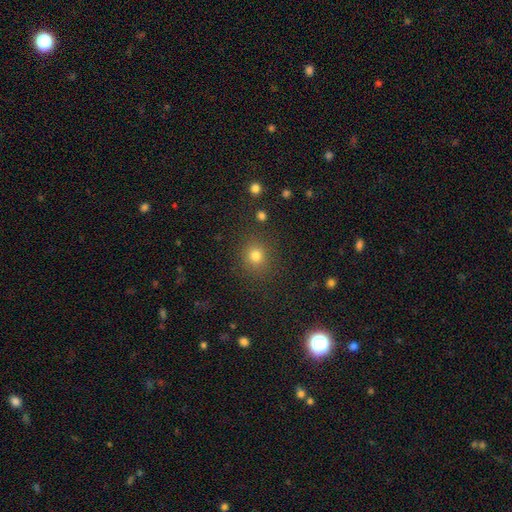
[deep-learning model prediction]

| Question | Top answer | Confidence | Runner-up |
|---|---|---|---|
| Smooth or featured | smooth | 79% | star or artifact (15%) |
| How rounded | round | 87% | in between (12%) |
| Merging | none | 86% | minor disturbance (8%) |